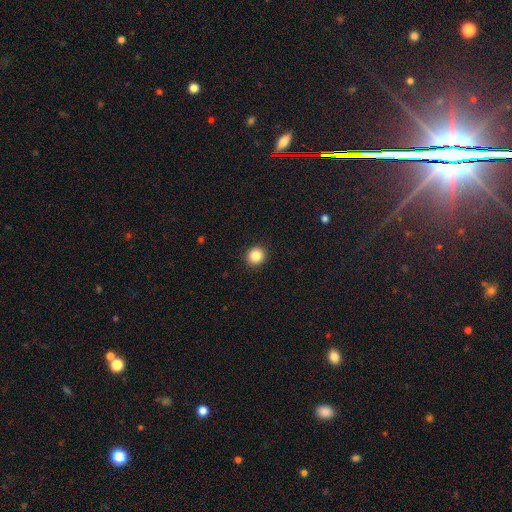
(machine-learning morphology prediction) Q: Smooth or featured?
A: smooth (86%); runner-up: star or artifact (10%)
Q: How rounded?
A: round (92%); runner-up: in between (8%)
Q: Merging?
A: none (93%); runner-up: minor disturbance (5%)